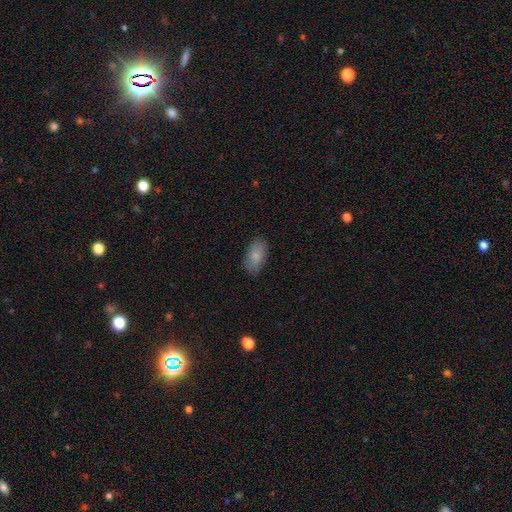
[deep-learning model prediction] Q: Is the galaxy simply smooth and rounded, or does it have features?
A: smooth — 84%.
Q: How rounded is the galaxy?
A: in between — 93%.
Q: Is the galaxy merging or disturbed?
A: none — 85%.